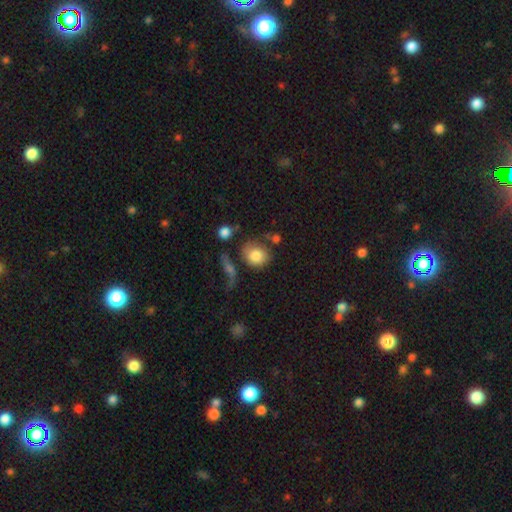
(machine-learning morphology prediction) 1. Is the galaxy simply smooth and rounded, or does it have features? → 78% smooth, 14% featured or disk, 8% star or artifact.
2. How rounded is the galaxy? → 71% round, 28% in between, 1% cigar-shaped.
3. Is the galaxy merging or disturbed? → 48% none, 21% minor disturbance, 15% major disturbance, 15% merger.